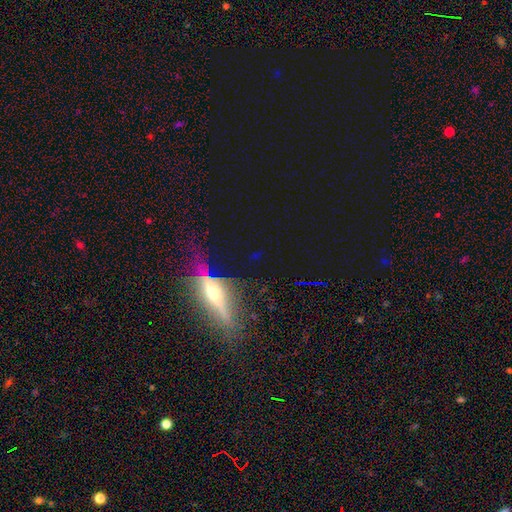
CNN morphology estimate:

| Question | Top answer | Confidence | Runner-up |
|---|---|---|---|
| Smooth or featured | star or artifact | 39% | featured or disk (35%) |